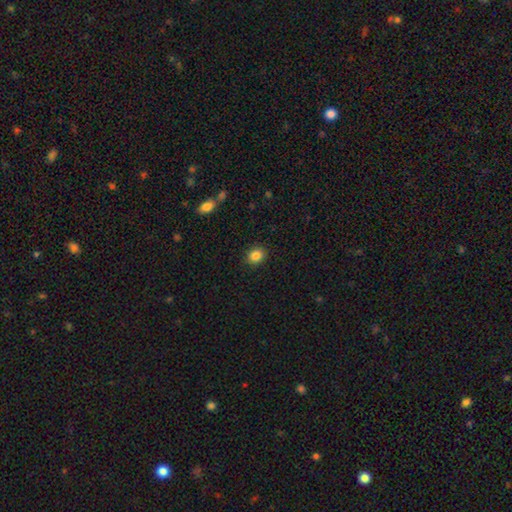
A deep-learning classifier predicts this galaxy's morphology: type=smooth (85%); roundness=round (64%); merging=none (90%).